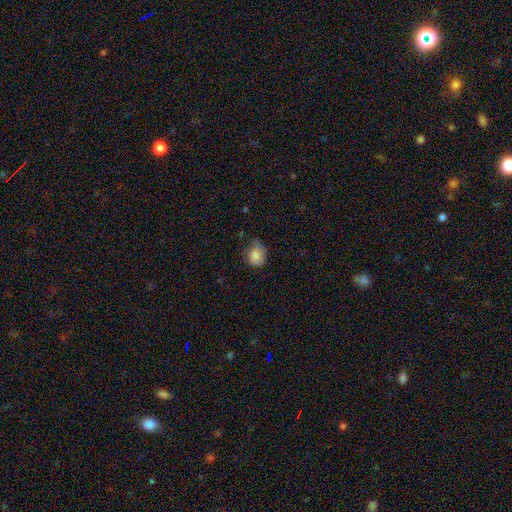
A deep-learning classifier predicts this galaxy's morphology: Smooth or featured: smooth — 84% (star or artifact — 9%)
How rounded: round — 54% (in between — 45%)
Merging: none — 52% (minor disturbance — 37%)